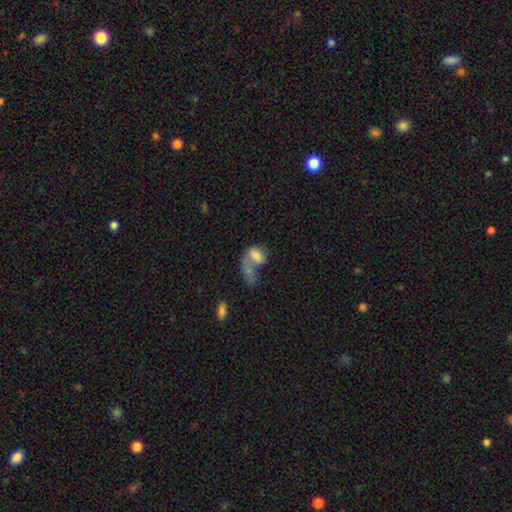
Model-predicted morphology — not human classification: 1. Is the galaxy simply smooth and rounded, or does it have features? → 62% smooth, 28% featured or disk, 10% star or artifact.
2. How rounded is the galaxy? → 79% in between, 19% round, 3% cigar-shaped.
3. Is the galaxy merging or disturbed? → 41% merger, 36% major disturbance, 14% none, 10% minor disturbance.